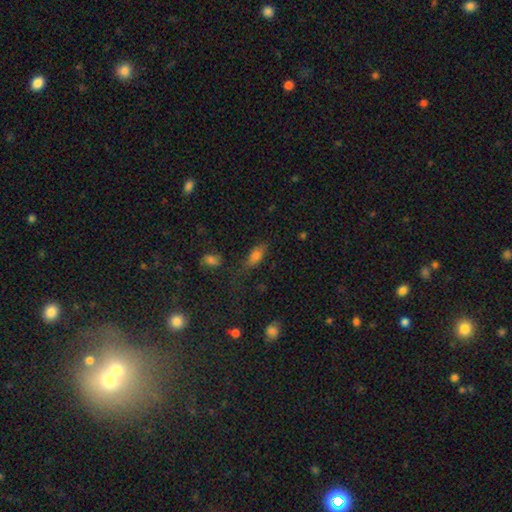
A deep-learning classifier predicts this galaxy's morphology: smooth 74%, star or artifact 14%, featured or disk 12%. Down the decision tree: how rounded — in between (75%); merging — none (60%).